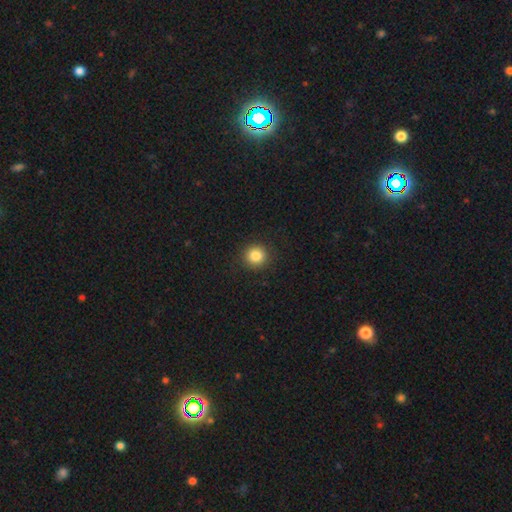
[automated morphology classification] Smooth or featured? Predicted: smooth (p=0.85). How rounded? Predicted: round (p=0.92). Merging? Predicted: none (p=0.91).